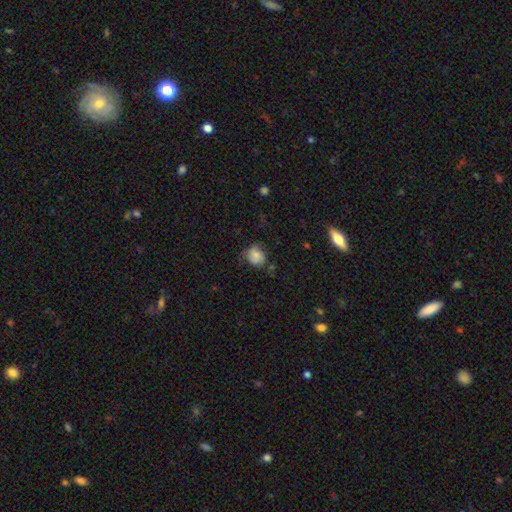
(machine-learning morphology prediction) Smooth or featured: smooth — 76% (featured or disk — 14%)
How rounded: round — 62% (in between — 37%)
Merging: none — 57% (minor disturbance — 31%)